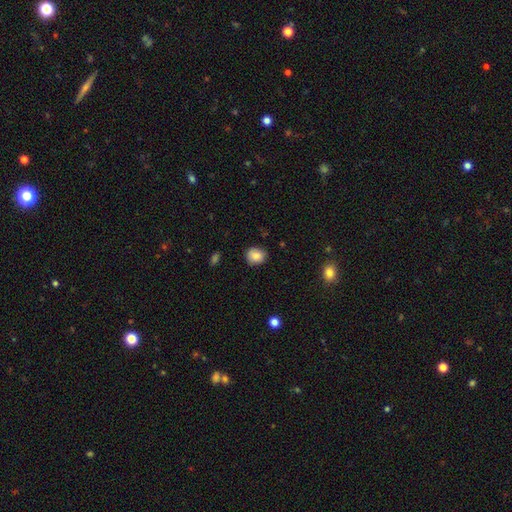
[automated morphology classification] type=smooth (85%); roundness=round (74%); merging=none (82%).